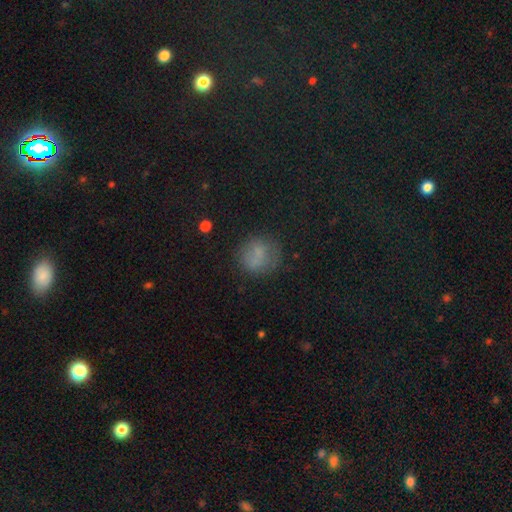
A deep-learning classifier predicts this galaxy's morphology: This appears to be a smooth galaxy with no disk features (72%) that is round (83%). Merging: none (68%).